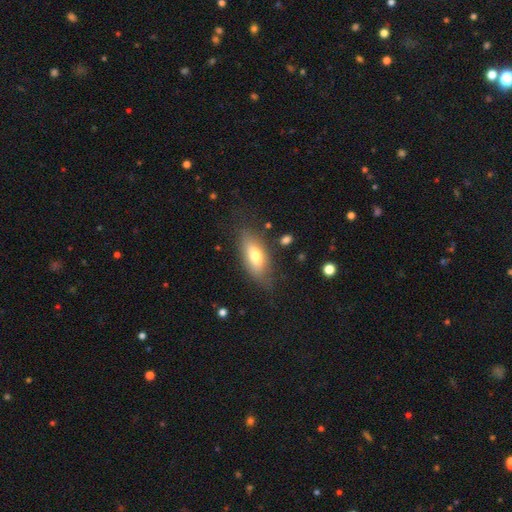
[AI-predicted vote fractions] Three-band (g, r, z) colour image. It shows a smooth galaxy with no disk features (70%) that is in between round and cigar-shaped (82%). Merging: none (71%).